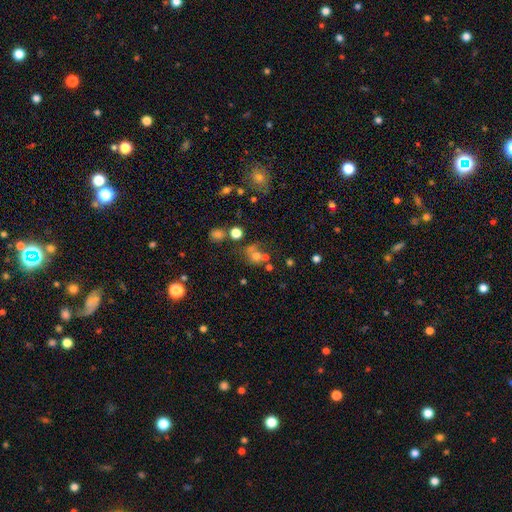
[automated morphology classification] Smooth or featured? smooth (63%)
How rounded? round (79%)
Merging? none (47%)